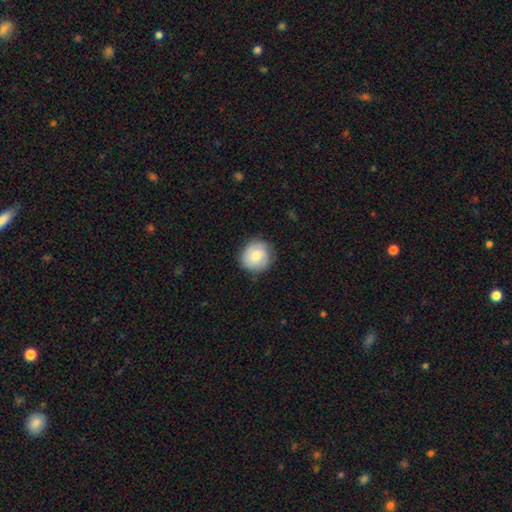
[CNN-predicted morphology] Overall: smooth (66%; featured or disk 27%). How rounded: round (87%). Merging: none (82%).